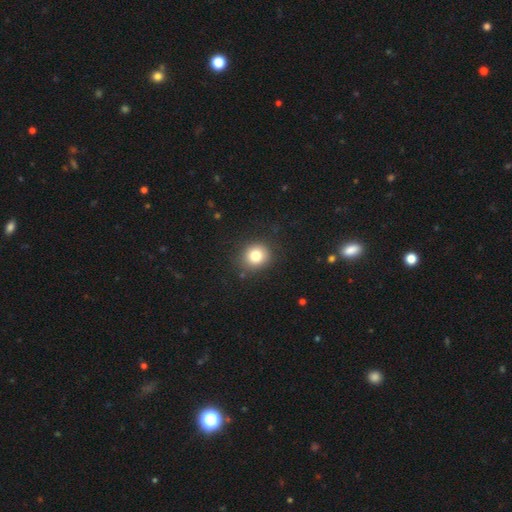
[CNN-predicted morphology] smooth_or_featured: smooth (p=0.80) [alt: star or artifact p=0.12]
how_rounded: round (p=0.83) [alt: in between p=0.16]
merging: none (p=0.87) [alt: minor disturbance p=0.08]